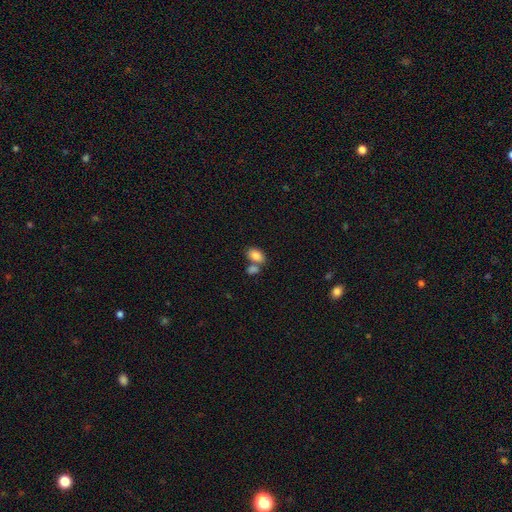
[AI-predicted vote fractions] Q: Smooth or featured?
A: smooth (84%); runner-up: star or artifact (8%)
Q: How rounded?
A: in between (88%); runner-up: round (11%)
Q: Merging?
A: none (46%); runner-up: merger (39%)